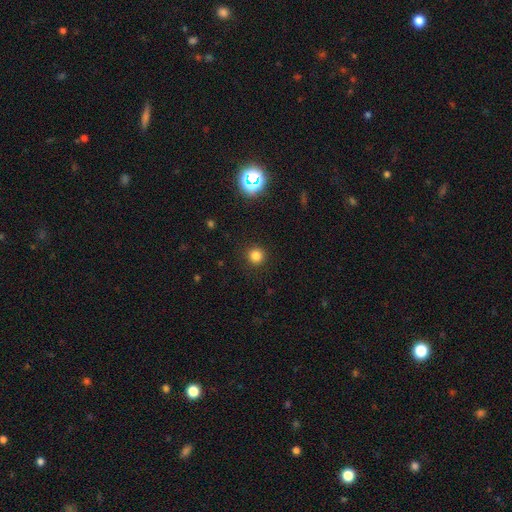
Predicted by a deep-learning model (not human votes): Smooth or featured?
  - smooth: 81% *
  - star or artifact: 15%
  - featured or disk: 4%
How rounded?
  - round: 95% *
  - in between: 5%
  - cigar-shaped: 1%
Merging?
  - none: 92% *
  - minor disturbance: 5%
  - major disturbance: 2%
  - merger: 1%